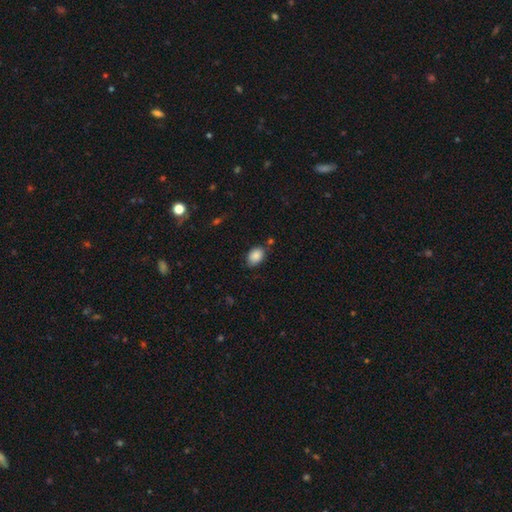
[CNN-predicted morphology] Smooth or featured?
  - smooth: 88% *
  - star or artifact: 8%
  - featured or disk: 5%
How rounded?
  - in between: 83% *
  - round: 16%
  - cigar-shaped: 1%
Merging?
  - none: 73% *
  - minor disturbance: 19%
  - merger: 4%
  - major disturbance: 4%